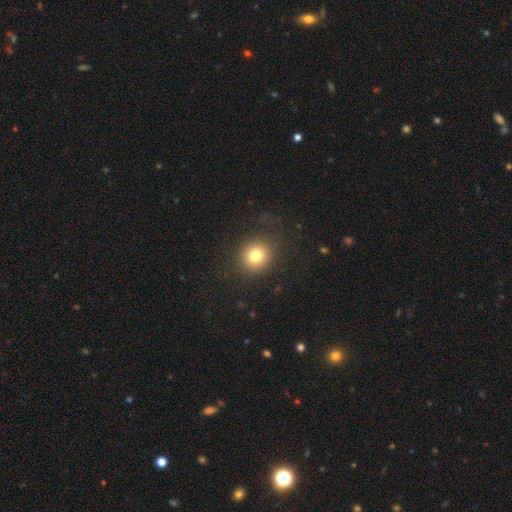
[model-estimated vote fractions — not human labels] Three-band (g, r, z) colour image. It shows a smooth galaxy with no disk features (77%) that is round (85%). Merging: none (84%).